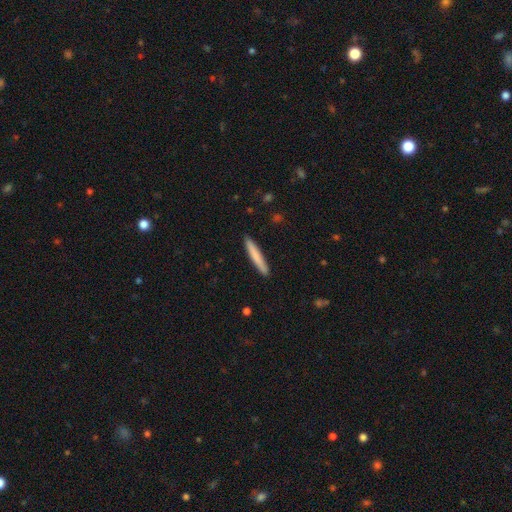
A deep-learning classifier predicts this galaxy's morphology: smooth_or_featured: smooth (p=0.78) [alt: featured or disk p=0.17]
how_rounded: cigar-shaped (p=0.95) [alt: in between p=0.03]
merging: none (p=0.91) [alt: minor disturbance p=0.06]